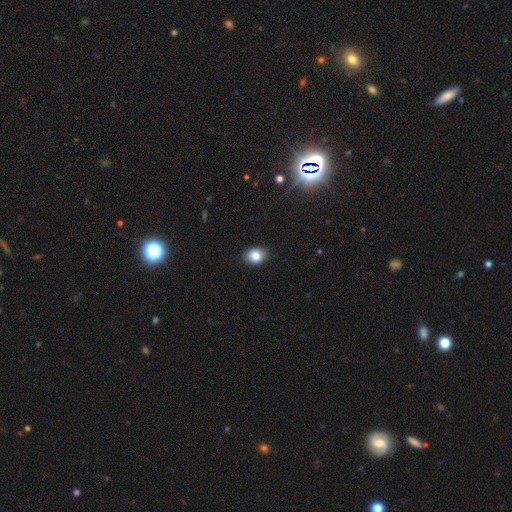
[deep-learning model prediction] This appears to be a smooth galaxy with no disk features (83%) that is in between round and cigar-shaped (56%). Merging: none (87%).